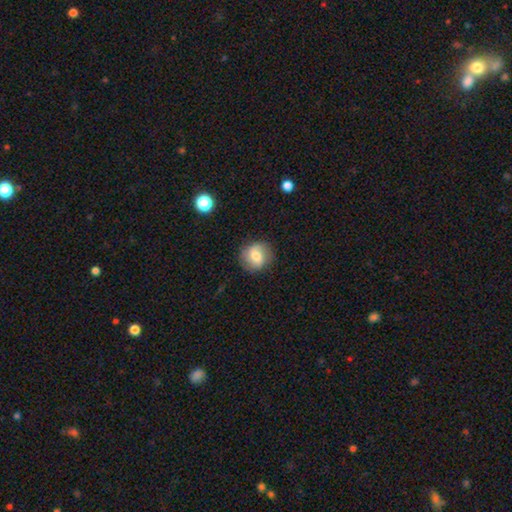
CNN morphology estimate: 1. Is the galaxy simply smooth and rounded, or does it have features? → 65% smooth, 27% featured or disk, 9% star or artifact.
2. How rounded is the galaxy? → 85% round, 14% in between, 1% cigar-shaped.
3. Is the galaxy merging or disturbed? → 82% none, 13% minor disturbance, 4% major disturbance, 1% merger.